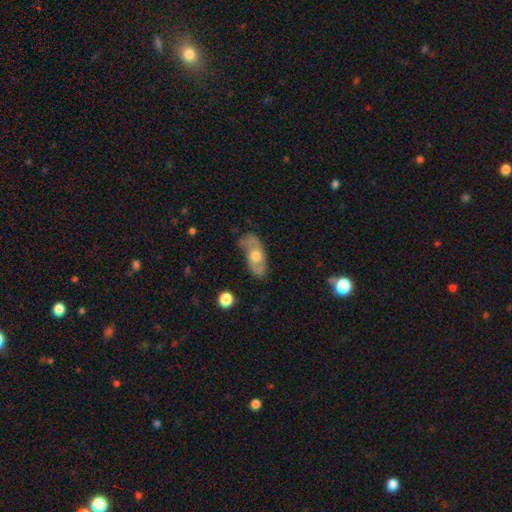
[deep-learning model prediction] This is possibly a featured or disk galaxy (59%). It is clearly not viewed edge-on (84%). Merging: likely none (69%).